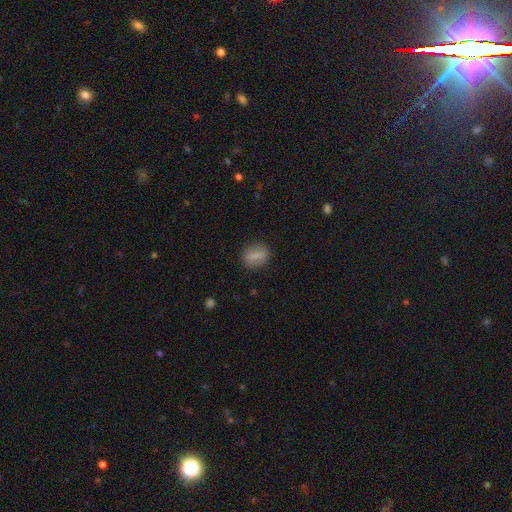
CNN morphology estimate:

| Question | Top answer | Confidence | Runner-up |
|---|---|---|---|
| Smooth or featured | smooth | 75% | featured or disk (17%) |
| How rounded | in between | 55% | round (40%) |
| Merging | none | 85% | minor disturbance (11%) |